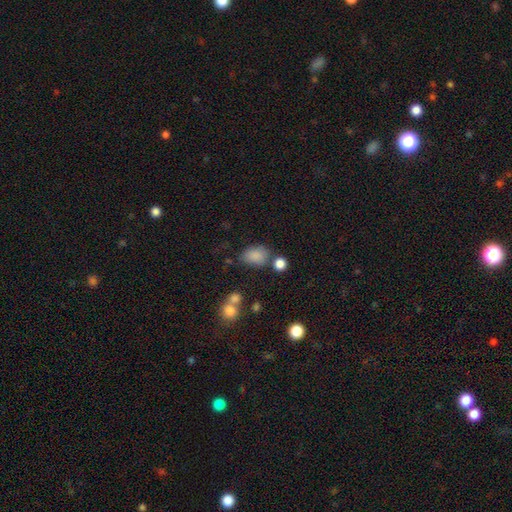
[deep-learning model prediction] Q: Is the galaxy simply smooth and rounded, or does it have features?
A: smooth — 83%.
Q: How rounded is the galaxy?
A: in between — 76%.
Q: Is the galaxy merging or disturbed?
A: none — 60%.